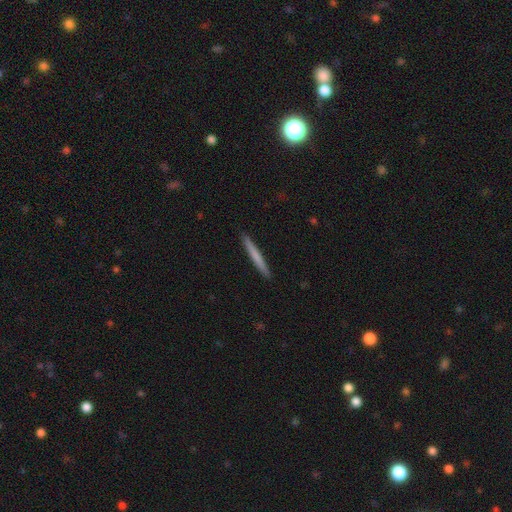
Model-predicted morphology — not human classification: Smooth or featured? smooth (67%)
How rounded? cigar-shaped (97%)
Merging? none (93%)